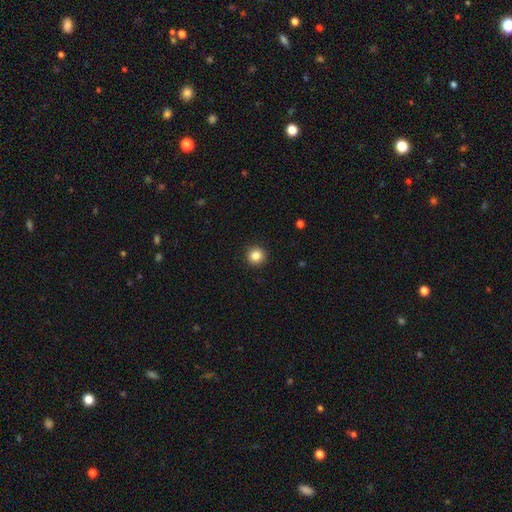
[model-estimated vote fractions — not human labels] Smooth or featured? smooth (85%)
How rounded? round (96%)
Merging? none (93%)